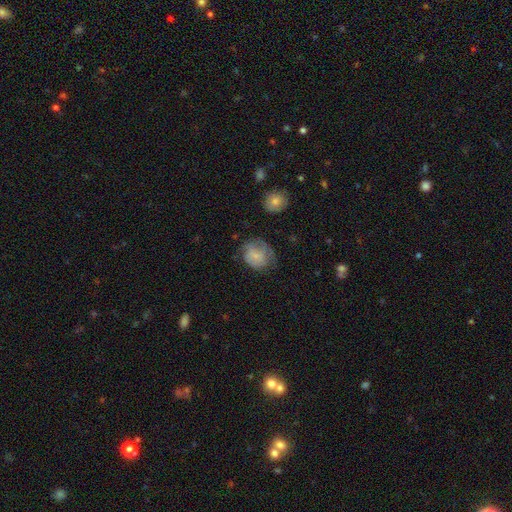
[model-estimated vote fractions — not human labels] Q: Smooth or featured?
A: smooth (63%); runner-up: featured or disk (29%)
Q: How rounded?
A: round (67%); runner-up: in between (32%)
Q: Merging?
A: none (52%); runner-up: minor disturbance (29%)